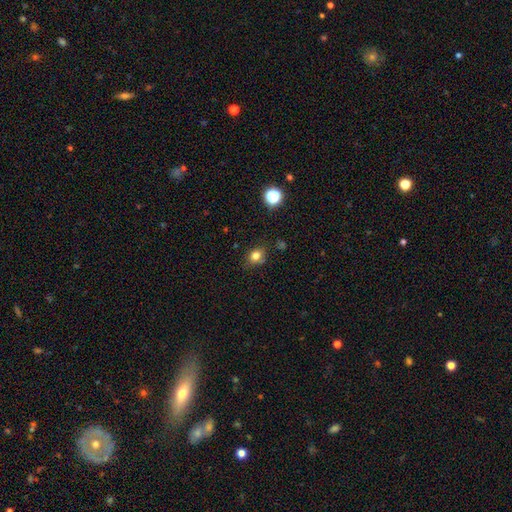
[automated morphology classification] smooth_or_featured: smooth (p=0.78) [alt: star or artifact p=0.14]
how_rounded: round (p=0.56) [alt: in between p=0.43]
merging: none (p=0.74) [alt: minor disturbance p=0.18]